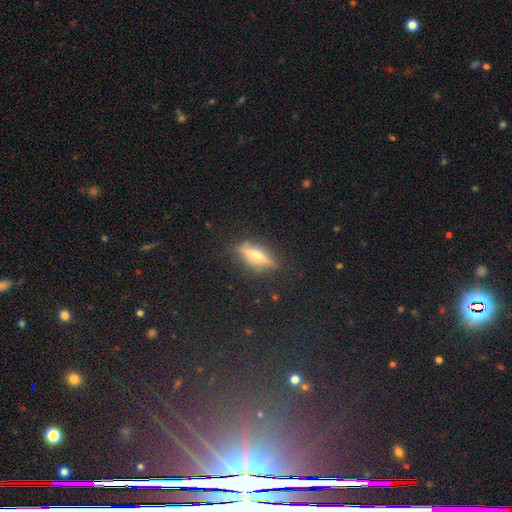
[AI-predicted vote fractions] A featured or disk galaxy (50%) viewed edge-on (88%).

Vote fractions:
- Smooth or featured? featured or disk: 50% / smooth: 34% / star or artifact: 16%
- Edge-on disk? yes: 88% / no: 12%
- Merging? none: 84% / minor disturbance: 11% / major disturbance: 3% / merger: 2%